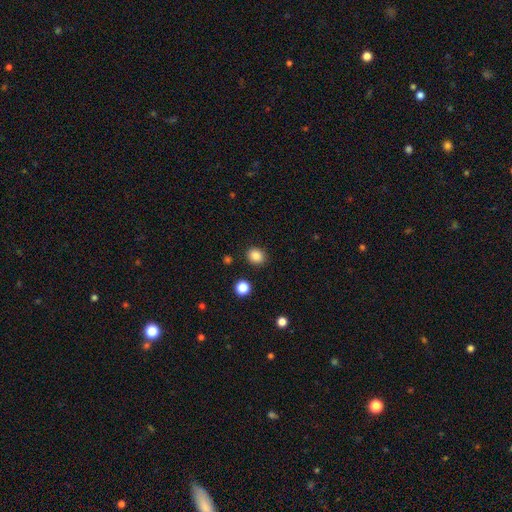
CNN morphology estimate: The model was most divided on "how rounded": round: 71%, in between: 28%, cigar-shaped: 1%. More confident: merging — none (89%); smooth or featured — smooth (86%).